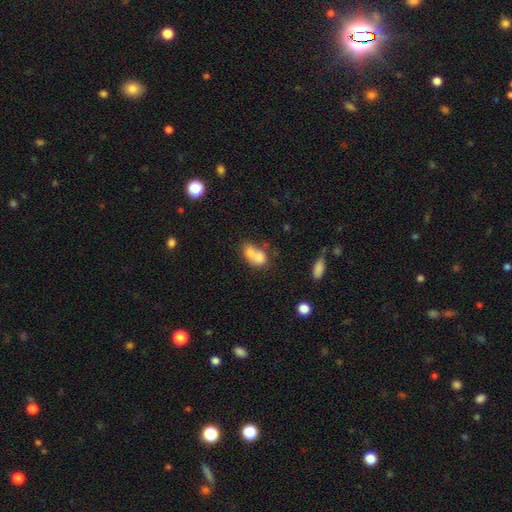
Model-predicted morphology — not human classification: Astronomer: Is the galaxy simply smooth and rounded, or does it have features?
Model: smooth — 71%.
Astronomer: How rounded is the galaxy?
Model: in between — 68%.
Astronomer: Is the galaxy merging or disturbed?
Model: merger — 66%.